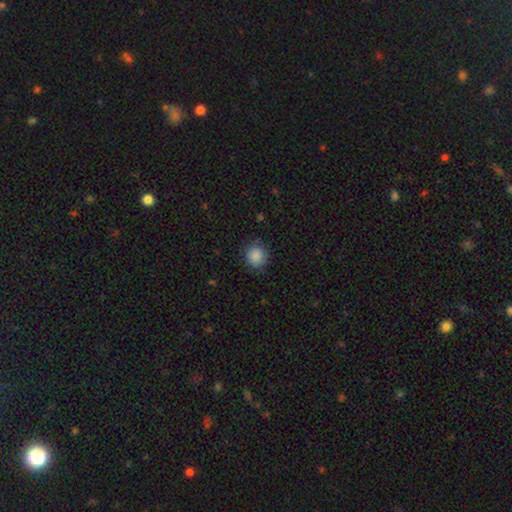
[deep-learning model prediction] Smooth or featured: smooth — 88% (star or artifact — 9%)
How rounded: round — 89% (in between — 10%)
Merging: none — 85% (minor disturbance — 11%)